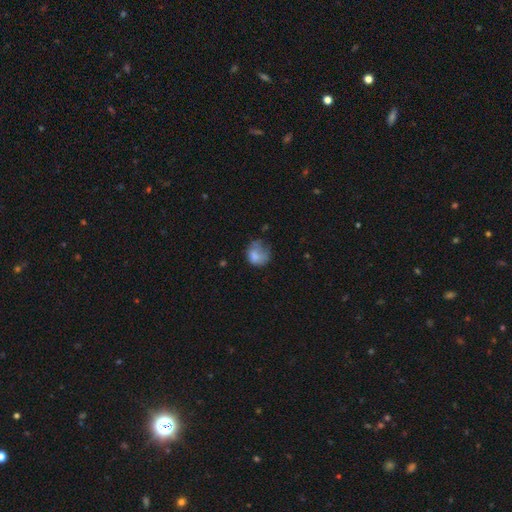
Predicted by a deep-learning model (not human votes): smooth-or-featured: smooth: 69% | featured or disk: 21% | star or artifact: 10%
  how-rounded: round: 64% | in between: 36% | cigar-shaped: 1%
  merging: none: 34% | minor disturbance: 31% | major disturbance: 31% | merger: 4%